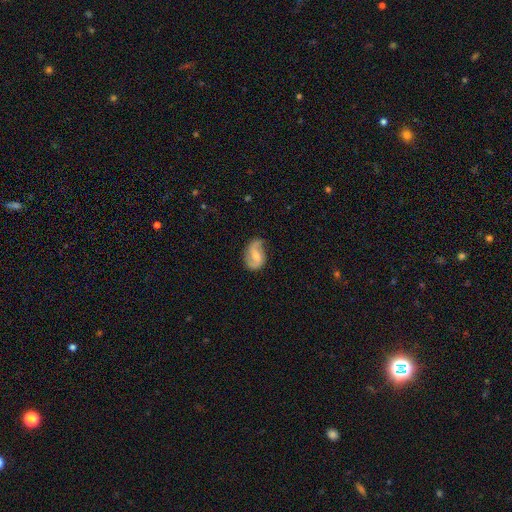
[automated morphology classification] smooth_or_featured: featured or disk (p=0.72) [alt: smooth p=0.22]
disk_edge_on: no (p=0.97) [alt: yes p=0.03]
bar: weak (p=0.52) [alt: no p=0.28]
has_spiral_arms: yes (p=0.92) [alt: no p=0.08]
spiral_winding: loose (p=0.45) [alt: medium p=0.40]
spiral_arm_count: 2 (p=0.84) [alt: 1 p=0.08]
bulge_size: moderate (p=0.45) [alt: small p=0.41]
merging: none (p=0.61) [alt: minor disturbance p=0.27]